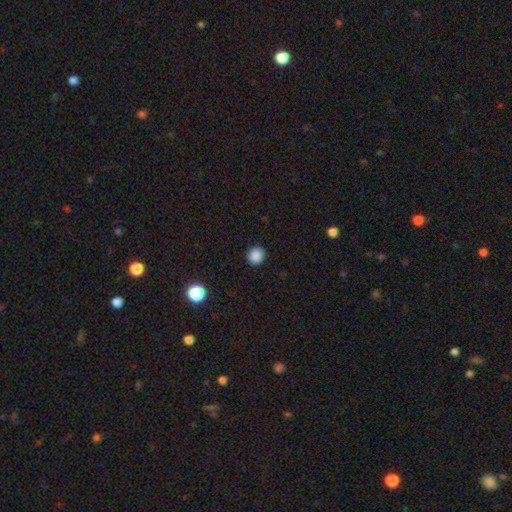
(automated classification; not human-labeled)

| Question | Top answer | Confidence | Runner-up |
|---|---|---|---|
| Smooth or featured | smooth | 87% | star or artifact (11%) |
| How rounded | round | 93% | in between (6%) |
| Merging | none | 92% | minor disturbance (5%) |